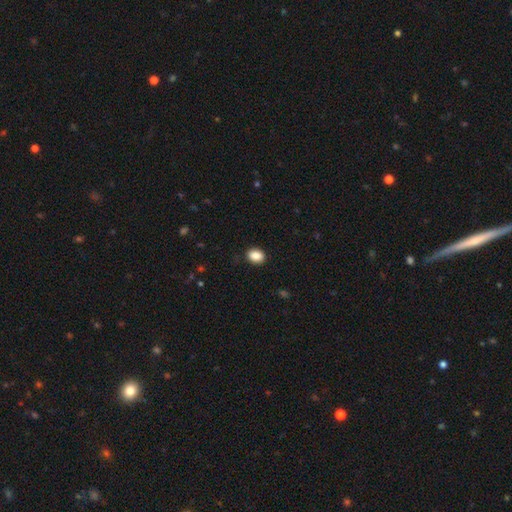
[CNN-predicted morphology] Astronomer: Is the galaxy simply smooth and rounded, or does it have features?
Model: smooth — 88%.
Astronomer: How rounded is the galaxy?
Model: in between — 62%.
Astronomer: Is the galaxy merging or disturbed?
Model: none — 87%.